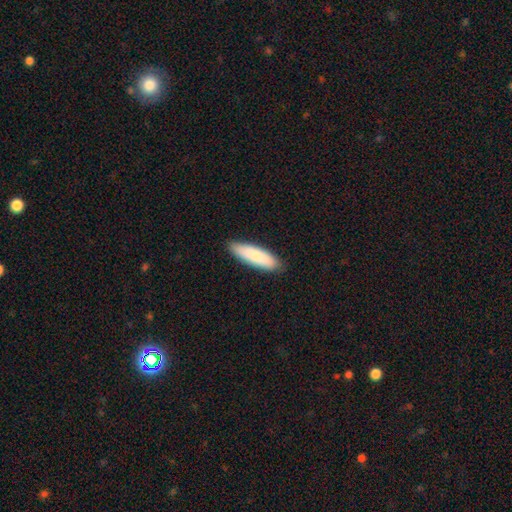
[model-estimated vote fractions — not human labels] Q: Smooth or featured?
A: smooth (85%); runner-up: featured or disk (10%)
Q: How rounded?
A: cigar-shaped (57%); runner-up: in between (42%)
Q: Merging?
A: none (87%); runner-up: minor disturbance (10%)